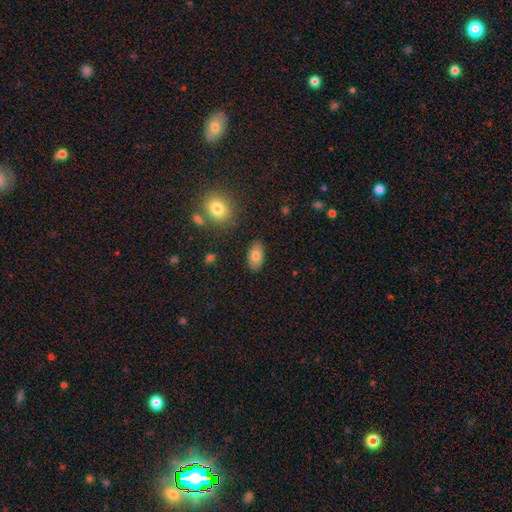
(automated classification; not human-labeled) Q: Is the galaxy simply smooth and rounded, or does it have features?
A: smooth — 80%.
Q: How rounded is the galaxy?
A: in between — 93%.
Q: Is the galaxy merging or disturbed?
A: none — 86%.